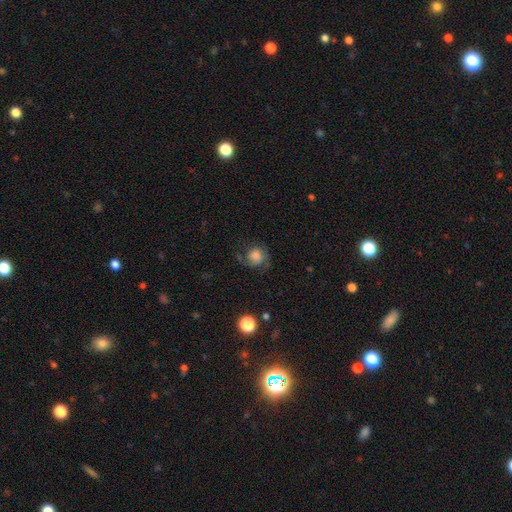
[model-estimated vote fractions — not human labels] smooth 51%, featured or disk 38%, star or artifact 11%. Down the decision tree: how rounded — round (78%); merging — none (55%).